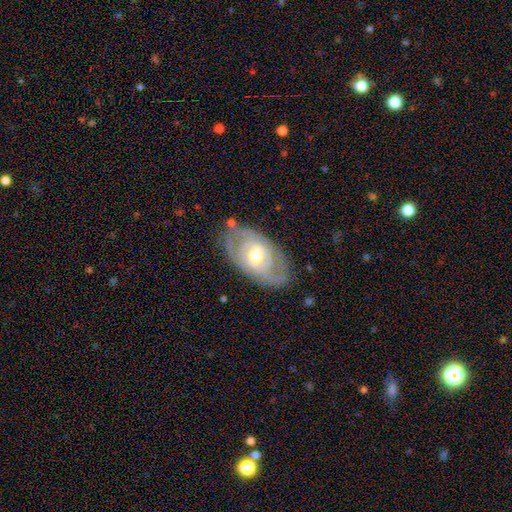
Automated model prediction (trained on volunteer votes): smooth-or-featured: featured or disk: 79% | smooth: 17% | star or artifact: 5%
  disk-edge-on: no: 93% | yes: 7%
    bar: weak: 45% | no: 43% | strong: 12%
    has-spiral-arms: yes: 86% | no: 14%
      spiral-winding: tight: 55% | medium: 34% | loose: 10%
      spiral-arm-count: 2: 55% | can't tell: 26% | 3: 10% | 1: 4% | 4: 3% | more than 4: 2%
    bulge-size: moderate: 70% | small: 21% | large: 6% | none: 1% | dominant: 1%
  merging: none: 77% | minor disturbance: 16% | major disturbance: 5% | merger: 2%